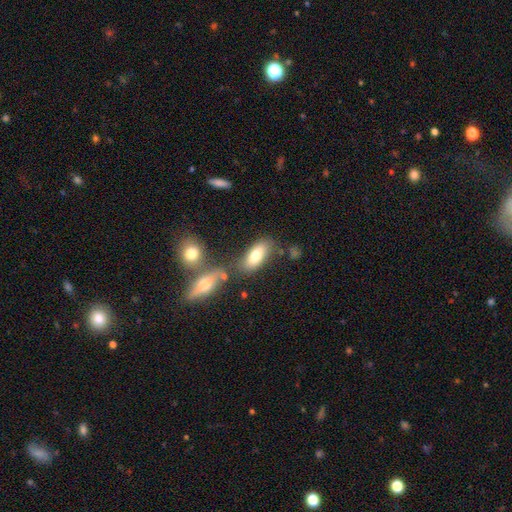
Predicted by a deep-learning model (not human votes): Smooth or featured?
  - smooth: 77% *
  - featured or disk: 15%
  - star or artifact: 8%
How rounded?
  - in between: 84% *
  - cigar-shaped: 12%
  - round: 4%
Merging?
  - none: 66% *
  - minor disturbance: 15%
  - merger: 14%
  - major disturbance: 5%